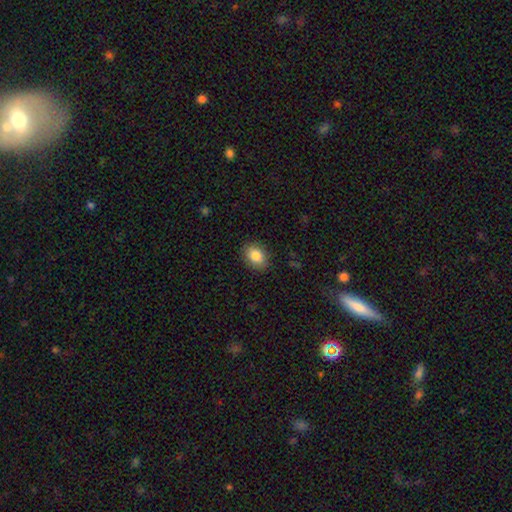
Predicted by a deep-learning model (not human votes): Overall: smooth (85%). How rounded: in between (71%). Merging: none (87%).